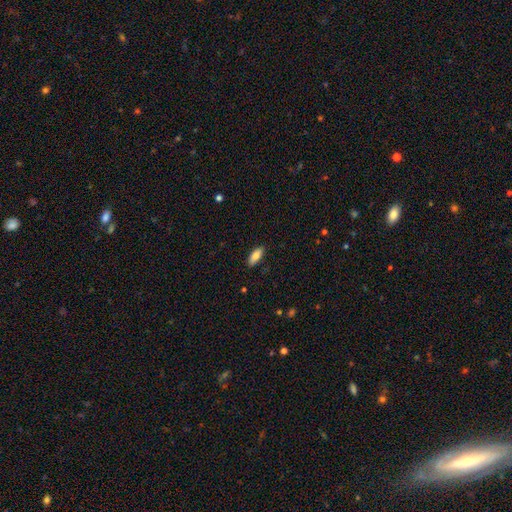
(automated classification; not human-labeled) smooth_or_featured: smooth (p=0.81) [alt: featured or disk p=0.13]
how_rounded: in between (p=0.75) [alt: cigar-shaped p=0.23]
merging: none (p=0.88) [alt: minor disturbance p=0.09]